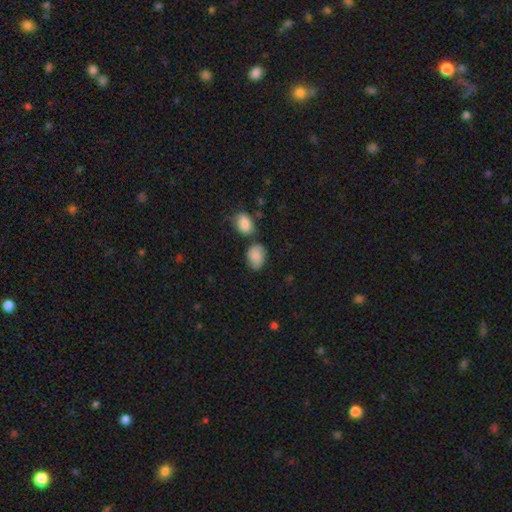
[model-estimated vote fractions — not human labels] smooth_or_featured: smooth (p=0.76) [alt: featured or disk p=0.16]
how_rounded: in between (p=0.73) [alt: round p=0.25]
merging: none (p=0.58) [alt: minor disturbance p=0.23]